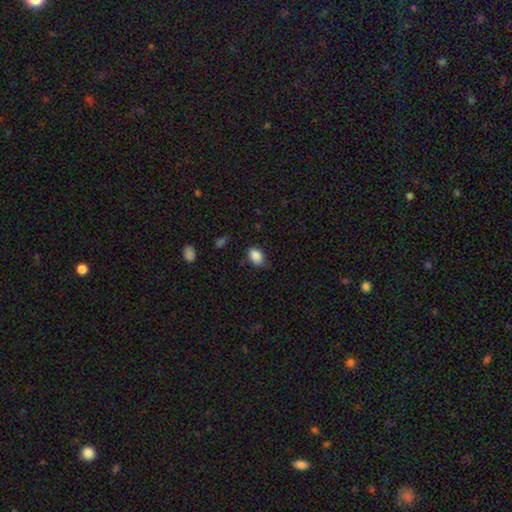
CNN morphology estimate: Q: Smooth or featured?
A: smooth (88%); runner-up: star or artifact (8%)
Q: How rounded?
A: in between (81%); runner-up: round (18%)
Q: Merging?
A: none (79%); runner-up: minor disturbance (16%)